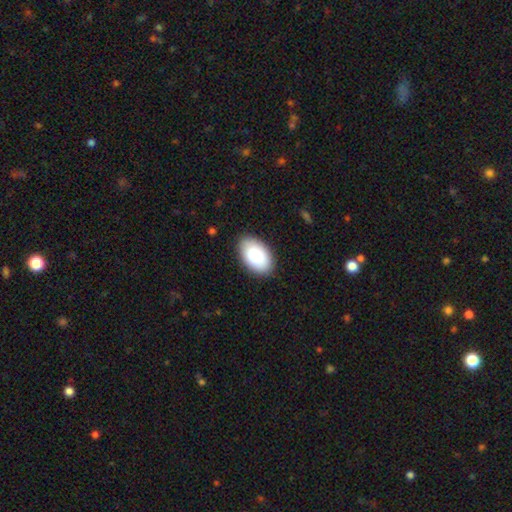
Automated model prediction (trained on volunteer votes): Q: Smooth or featured?
A: smooth (87%); runner-up: featured or disk (8%)
Q: How rounded?
A: in between (94%); runner-up: round (5%)
Q: Merging?
A: none (88%); runner-up: minor disturbance (9%)